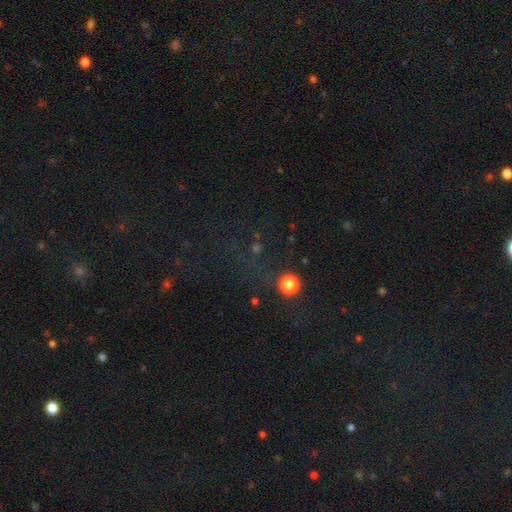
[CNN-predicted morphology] Q: Smooth or featured?
A: star or artifact (63%); runner-up: smooth (27%)